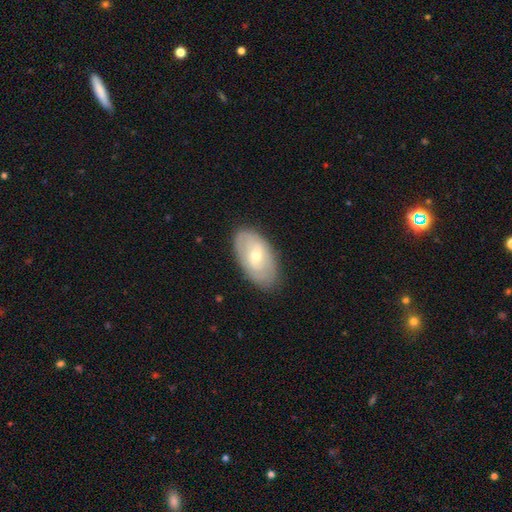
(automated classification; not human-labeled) A featured or disk galaxy (54%).

Vote fractions:
- Smooth or featured? featured or disk: 54% / smooth: 40% / star or artifact: 6%
- Edge-on disk? no: 90% / yes: 10%
- Merging? none: 81% / minor disturbance: 14% / major disturbance: 3% / merger: 1%